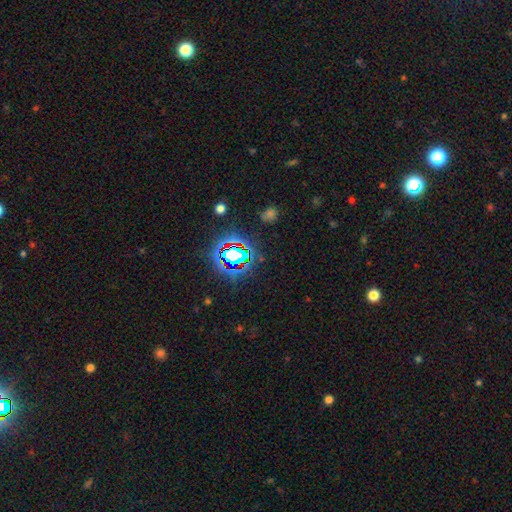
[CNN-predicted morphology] star or artifact 79%, smooth 13%, featured or disk 9%.